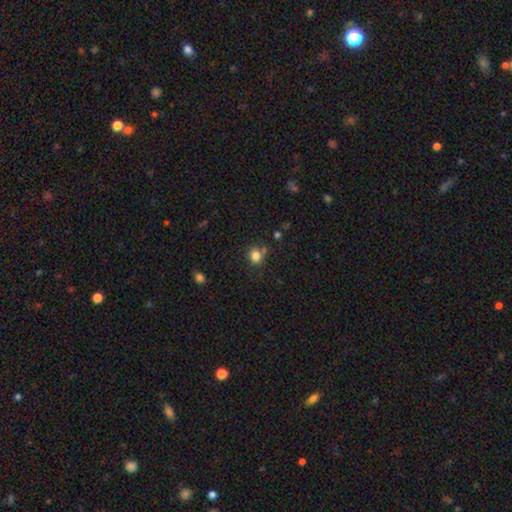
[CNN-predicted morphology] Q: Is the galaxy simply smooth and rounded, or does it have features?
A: smooth — 81%.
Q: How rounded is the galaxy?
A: round — 71%.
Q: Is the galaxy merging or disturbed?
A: none — 66%.